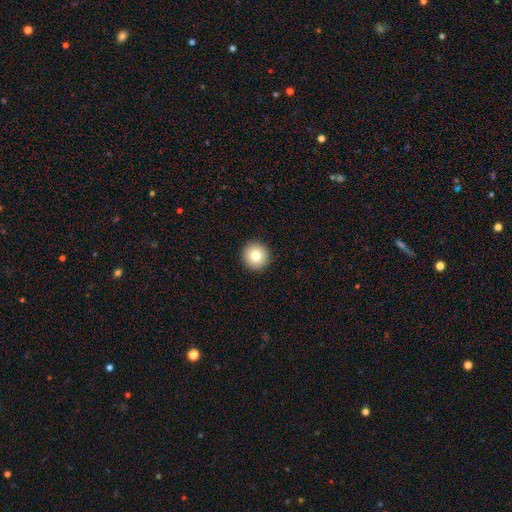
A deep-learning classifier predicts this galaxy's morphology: This appears to be a smooth galaxy with no disk features (78%) that is round (96%). Merging: none (93%).